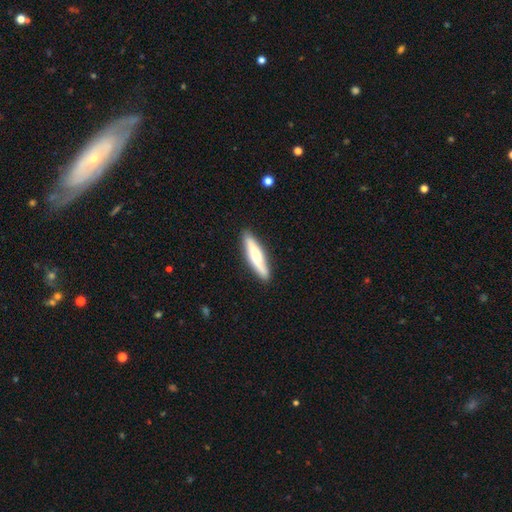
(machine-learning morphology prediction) This appears to be a smooth galaxy with no disk features (61%) that is cigar-shaped (85%). Merging: none (88%).